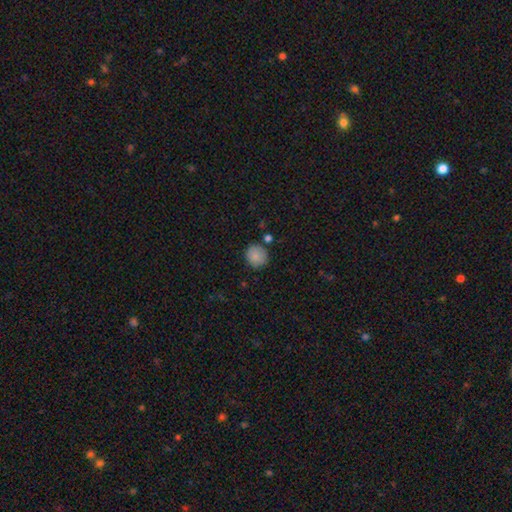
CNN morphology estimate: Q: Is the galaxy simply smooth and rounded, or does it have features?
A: smooth — 85%.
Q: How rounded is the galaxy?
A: round — 90%.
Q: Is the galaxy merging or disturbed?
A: none — 82%.